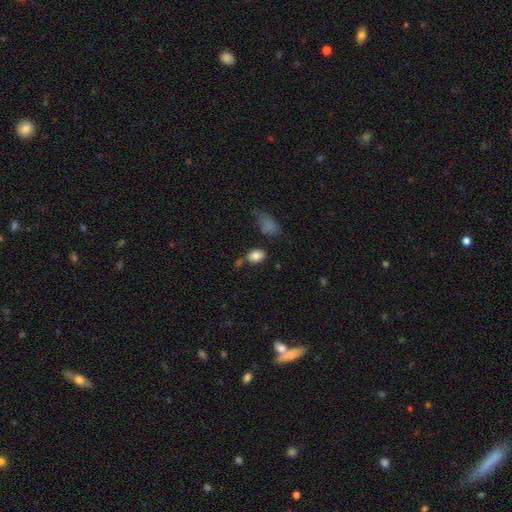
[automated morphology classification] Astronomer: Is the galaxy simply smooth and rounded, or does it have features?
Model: smooth — 83%.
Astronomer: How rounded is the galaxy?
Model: in between — 70%.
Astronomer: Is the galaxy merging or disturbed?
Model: none — 71%.